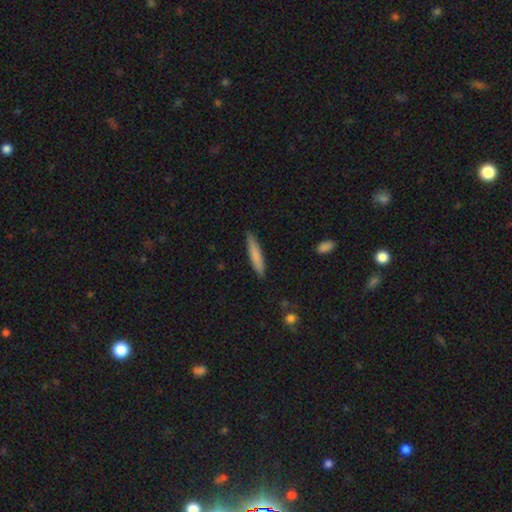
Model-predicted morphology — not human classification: The model was most divided on "smooth or featured": smooth: 79%, featured or disk: 16%, star or artifact: 6%. More confident: how rounded — cigar-shaped (90%); merging — none (87%).